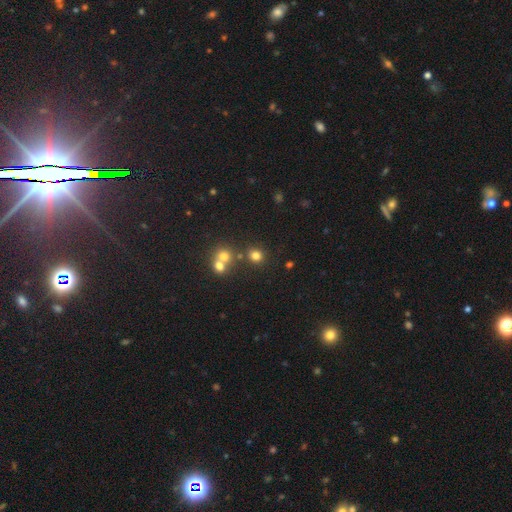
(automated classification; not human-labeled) Overall: smooth (76%). How rounded: round (85%). Merging: none (72%).